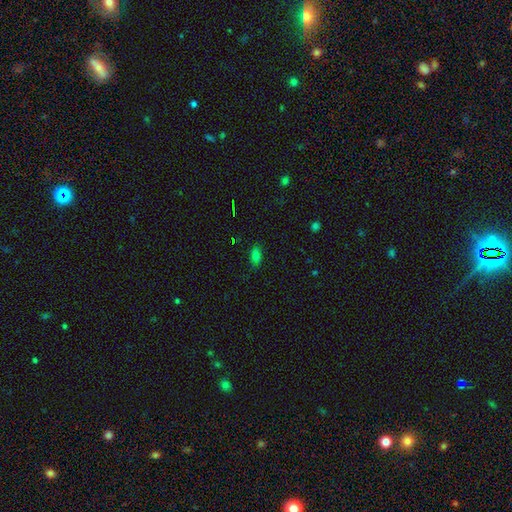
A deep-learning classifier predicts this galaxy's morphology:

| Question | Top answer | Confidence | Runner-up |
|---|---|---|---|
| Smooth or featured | smooth | 76% | star or artifact (17%) |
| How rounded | in between | 88% | round (7%) |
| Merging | none | 82% | minor disturbance (14%) |